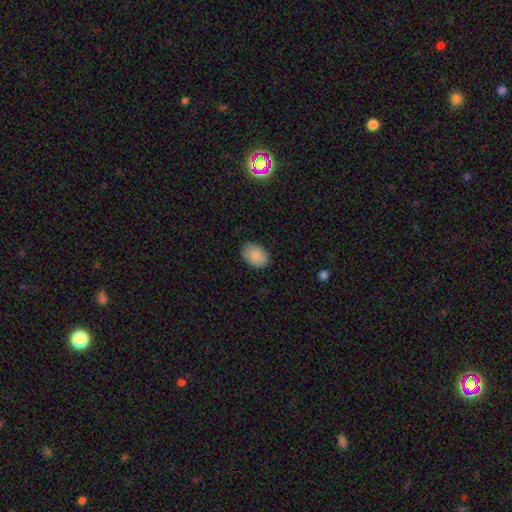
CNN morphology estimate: smooth-or-featured: smooth: 89% | star or artifact: 7% | featured or disk: 4%
  how-rounded: in between: 80% | round: 19% | cigar-shaped: 1%
  merging: none: 86% | minor disturbance: 11% | major disturbance: 2% | merger: 1%